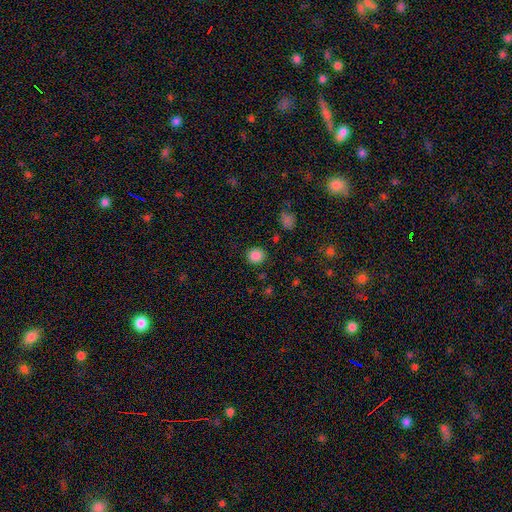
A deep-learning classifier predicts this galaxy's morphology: A smooth galaxy with no disk features (86%) that is round (86%). Merging: none (89%).